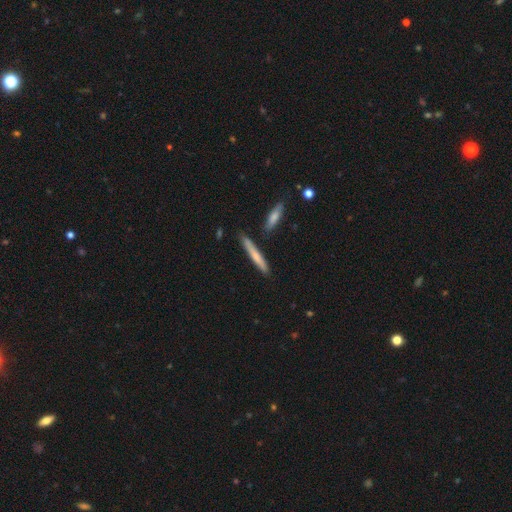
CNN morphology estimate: Q: Smooth or featured?
A: smooth (61%); runner-up: featured or disk (33%)
Q: How rounded?
A: cigar-shaped (94%); runner-up: in between (5%)
Q: Merging?
A: none (82%); runner-up: minor disturbance (11%)